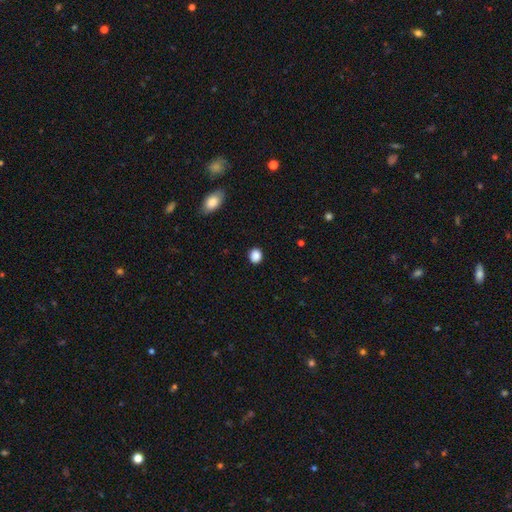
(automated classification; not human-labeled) A smooth galaxy with no disk features (88%) that is round (75%).

Vote fractions:
- Smooth or featured? smooth: 88% / star or artifact: 9% / featured or disk: 3%
- How rounded? round: 75% / in between: 24% / cigar-shaped: 1%
- Merging? none: 90% / minor disturbance: 7% / major disturbance: 2% / merger: 1%